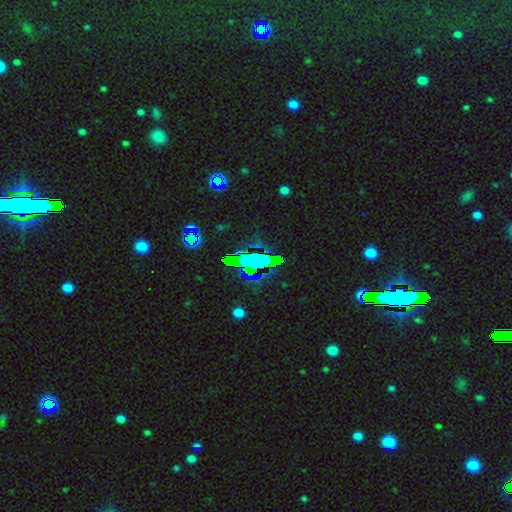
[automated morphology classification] Overall: star or artifact (65%).